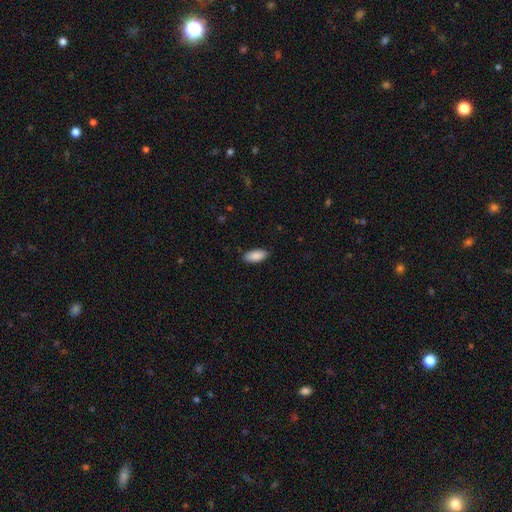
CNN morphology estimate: A smooth galaxy with no disk features (90%) that is in between round and cigar-shaped (88%). Merging: none (87%).